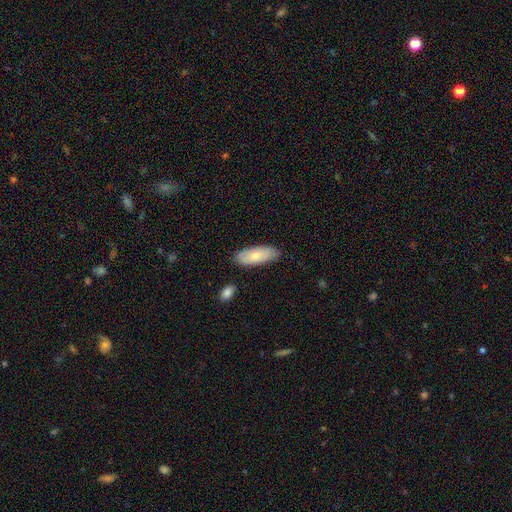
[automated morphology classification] This is likely a smooth galaxy (75%). How rounded: clearly in between (80%). Merging: clearly none (81%).